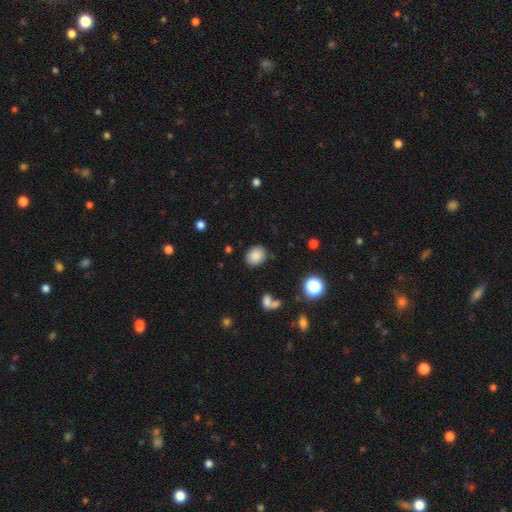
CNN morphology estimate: type=smooth (86%); roundness=round (54%); merging=none (83%).